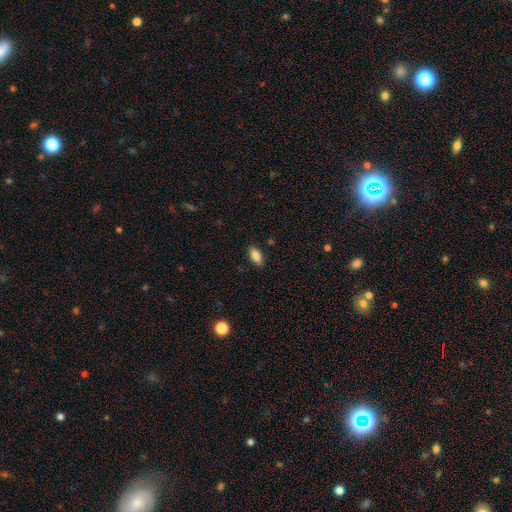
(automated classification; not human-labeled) smooth-or-featured: smooth: 85% | featured or disk: 8% | star or artifact: 8%
  how-rounded: in between: 88% | cigar-shaped: 9% | round: 3%
  merging: none: 86% | minor disturbance: 10% | major disturbance: 2% | merger: 1%